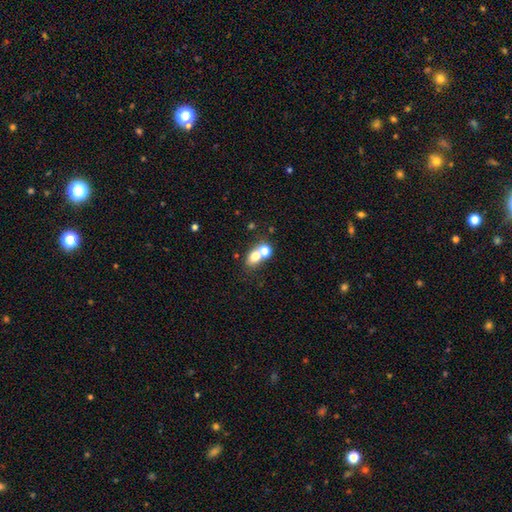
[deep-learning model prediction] Smooth or featured? Predicted: smooth (p=0.71). How rounded? Predicted: in between (p=0.57). Merging? Predicted: merger (p=0.53).